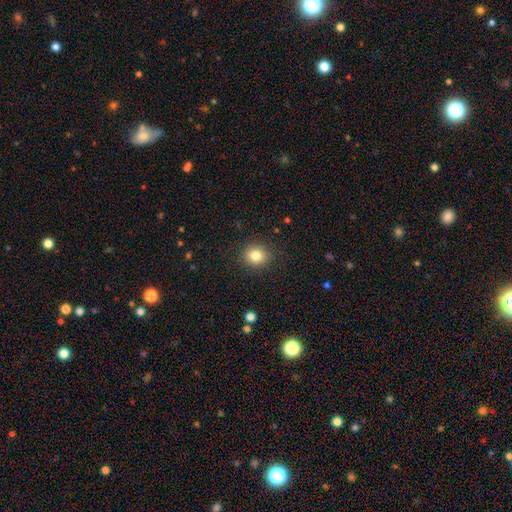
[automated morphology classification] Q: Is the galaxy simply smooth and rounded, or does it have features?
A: smooth — 82%.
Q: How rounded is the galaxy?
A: round — 79%.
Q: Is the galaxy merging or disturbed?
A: none — 89%.